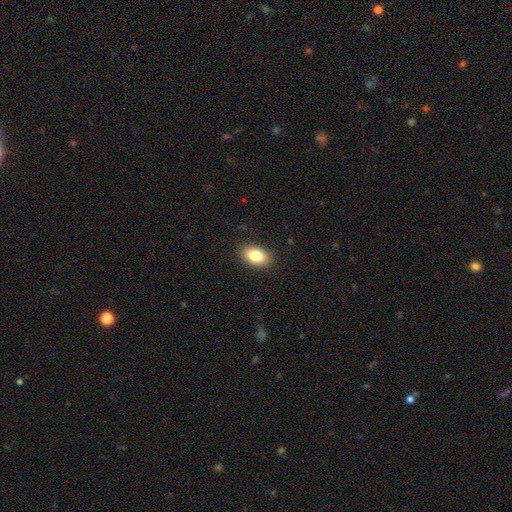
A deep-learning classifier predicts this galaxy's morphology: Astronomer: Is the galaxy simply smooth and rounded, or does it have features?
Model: smooth — 82%.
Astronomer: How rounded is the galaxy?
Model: in between — 91%.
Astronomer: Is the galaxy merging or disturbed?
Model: none — 89%.